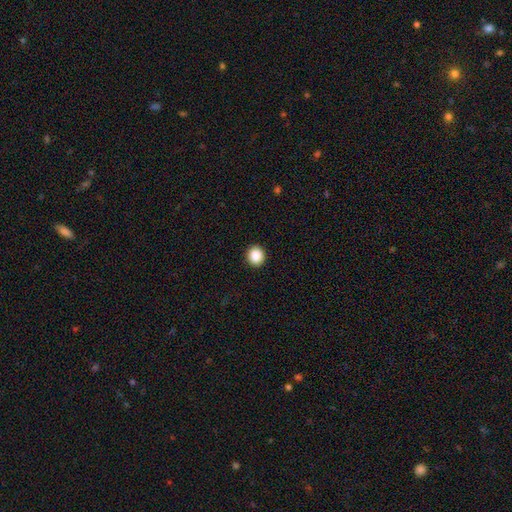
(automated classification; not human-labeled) smooth 89%, star or artifact 9%, featured or disk 3%. Down the decision tree: how rounded — round (87%); merging — none (93%).